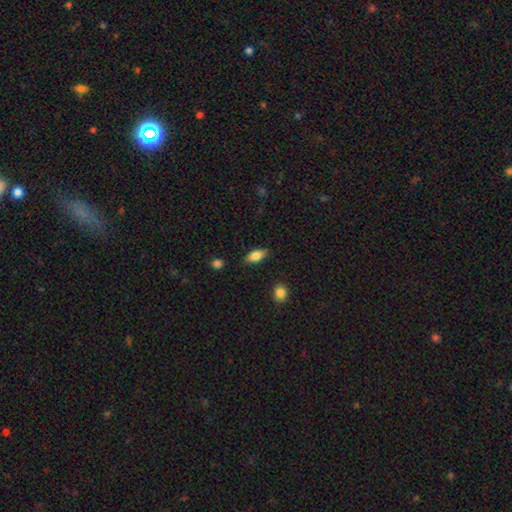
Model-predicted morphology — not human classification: The model was most divided on "smooth or featured": smooth: 76%, featured or disk: 17%, star or artifact: 7%. More confident: how rounded — in between (86%); merging — none (84%).